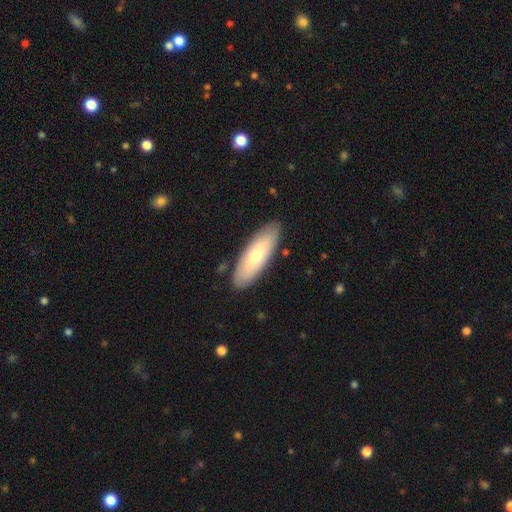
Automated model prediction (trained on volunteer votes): smooth-or-featured: smooth: 64% | featured or disk: 31% | star or artifact: 5%
  how-rounded: in between: 62% | cigar-shaped: 36% | round: 2%
  merging: none: 87% | minor disturbance: 10% | major disturbance: 2% | merger: 1%